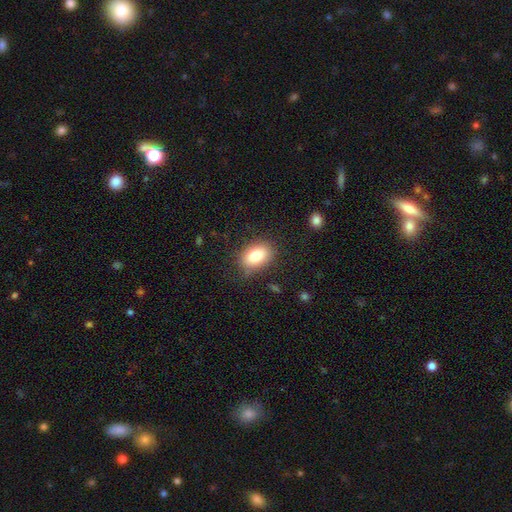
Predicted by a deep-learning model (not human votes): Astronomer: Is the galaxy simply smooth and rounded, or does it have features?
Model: smooth — 83%.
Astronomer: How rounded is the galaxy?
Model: in between — 86%.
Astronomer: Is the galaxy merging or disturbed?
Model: none — 77%.